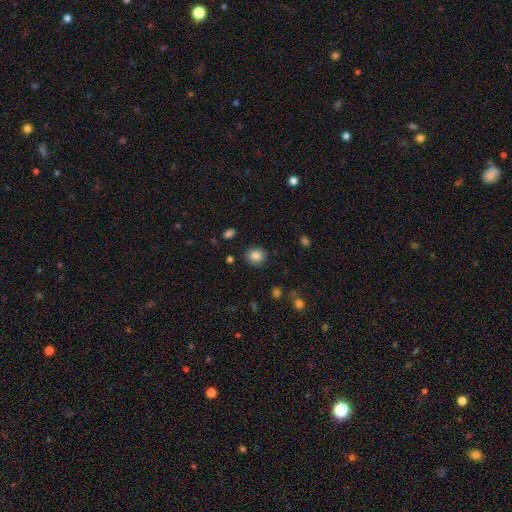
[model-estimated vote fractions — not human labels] Morphology: type=smooth (85%); roundness=round (76%); merging=none (87%).